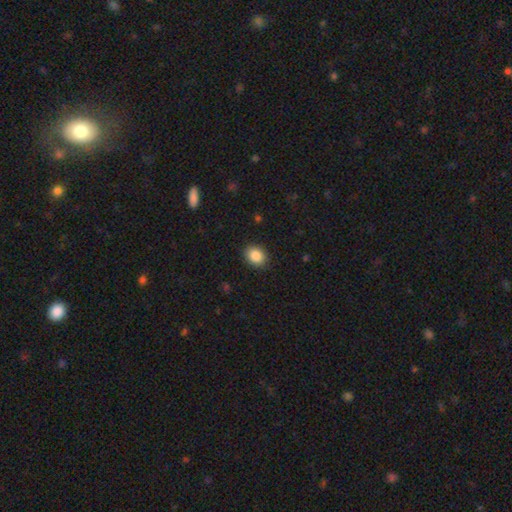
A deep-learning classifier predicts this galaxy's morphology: type=smooth (87%); roundness=in between (53%); merging=none (89%).